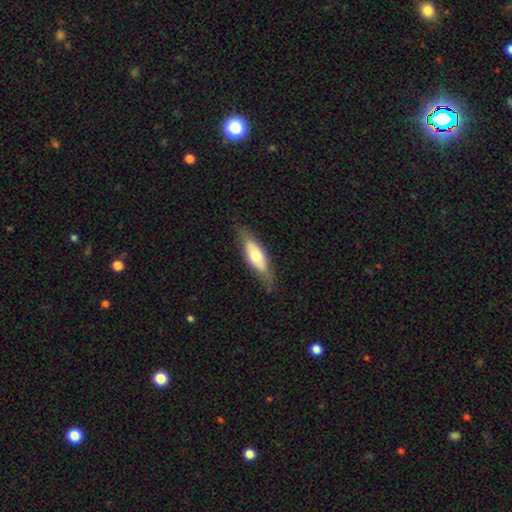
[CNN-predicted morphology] This appears to be a smooth galaxy with no disk features (56%) that is in between round and cigar-shaped (58%). Merging: none (75%).